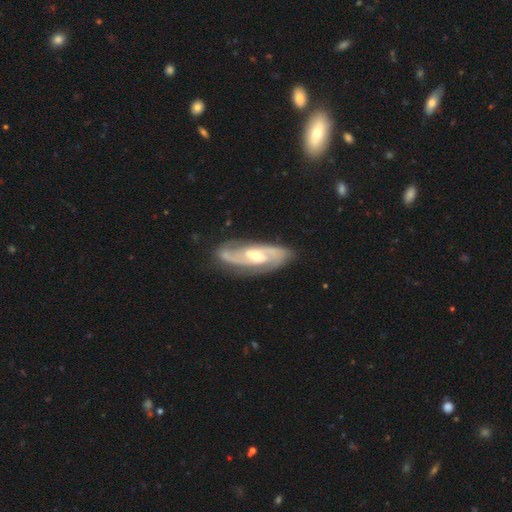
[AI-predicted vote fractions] featured or disk 88%, smooth 7%, star or artifact 4%. Down the decision tree: edge-on disk — no (92%); bar — weak (46%); spiral arms — yes (97%); spiral arm count — 2 (77%); spiral winding — medium (47%); bulge size — moderate (57%); merging — none (81%).